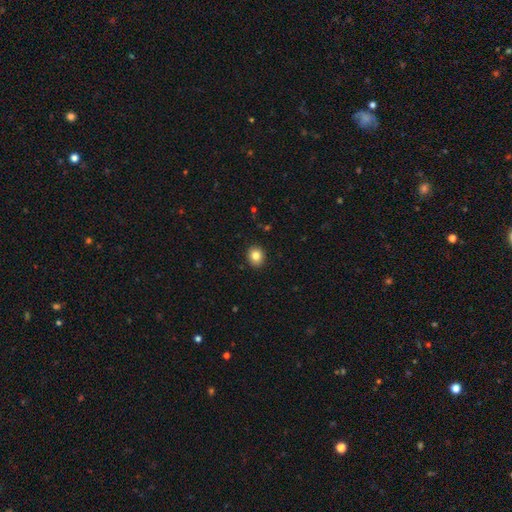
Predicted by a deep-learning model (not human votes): A smooth galaxy with no disk features (84%) that is round (72%). Merging: none (91%).